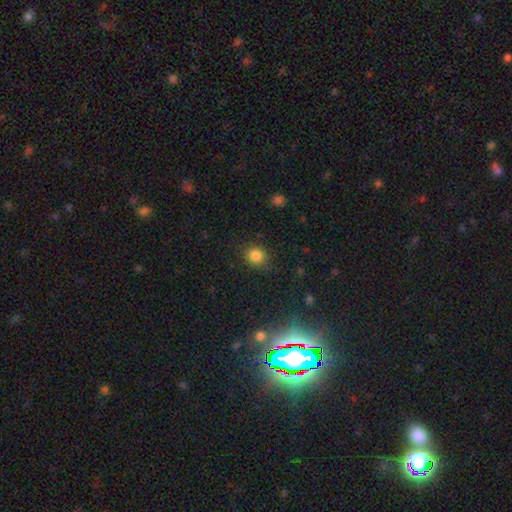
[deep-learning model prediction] Overall: smooth (84%). How rounded: round (78%). Merging: none (84%).